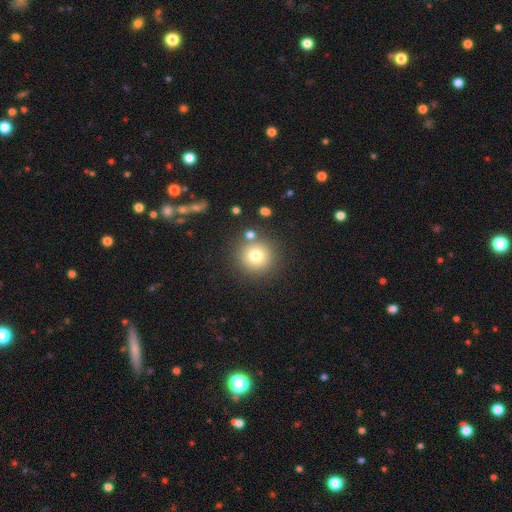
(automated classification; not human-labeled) Smooth or featured?
  - smooth: 75% *
  - star or artifact: 14%
  - featured or disk: 11%
How rounded?
  - round: 95% *
  - in between: 4%
  - cigar-shaped: 1%
Merging?
  - none: 82% *
  - minor disturbance: 8%
  - merger: 7%
  - major disturbance: 3%